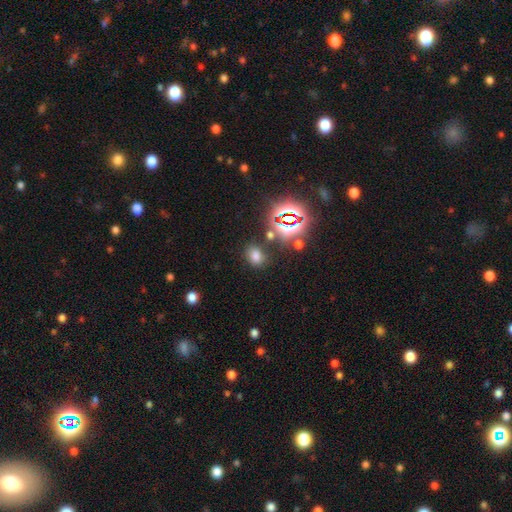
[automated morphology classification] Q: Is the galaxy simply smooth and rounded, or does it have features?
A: smooth — 64%.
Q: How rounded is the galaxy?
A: in between — 57%.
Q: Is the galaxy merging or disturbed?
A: none — 78%.